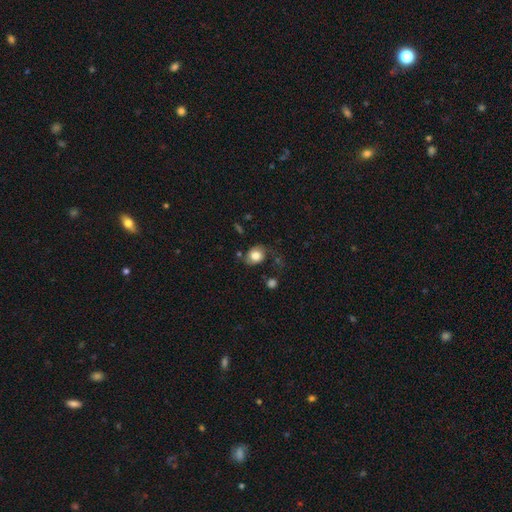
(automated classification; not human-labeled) smooth-or-featured: smooth: 76% | featured or disk: 15% | star or artifact: 9%
  how-rounded: round: 63% | in between: 37% | cigar-shaped: 1%
  merging: none: 60% | minor disturbance: 23% | major disturbance: 12% | merger: 5%